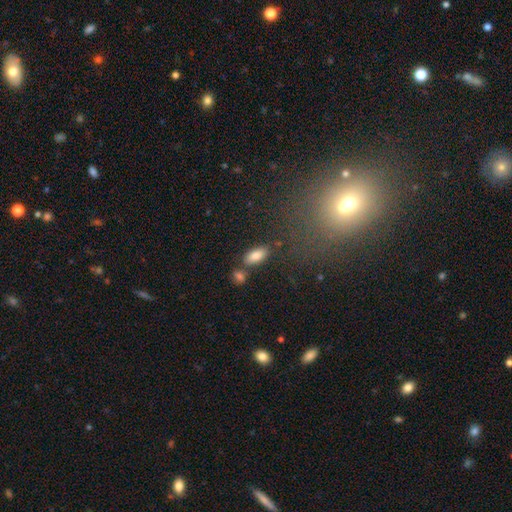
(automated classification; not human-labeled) Morphology: type=smooth (83%); roundness=in between (89%); merging=none (68%).